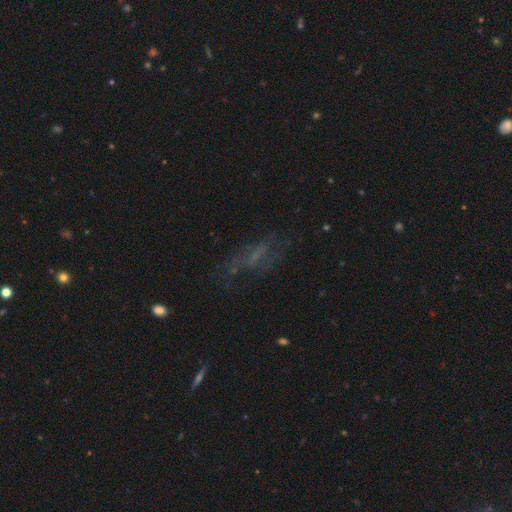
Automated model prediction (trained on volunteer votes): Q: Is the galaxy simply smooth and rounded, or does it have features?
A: featured or disk — 46%.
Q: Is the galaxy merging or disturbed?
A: none — 53%.